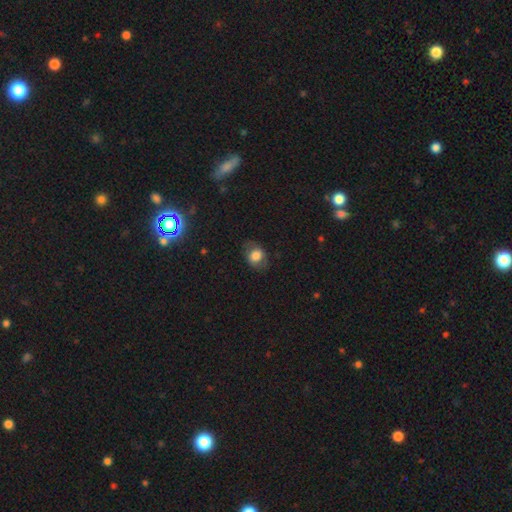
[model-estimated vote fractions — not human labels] Morphology: type=smooth (74%); roundness=in between (55%); merging=none (75%).